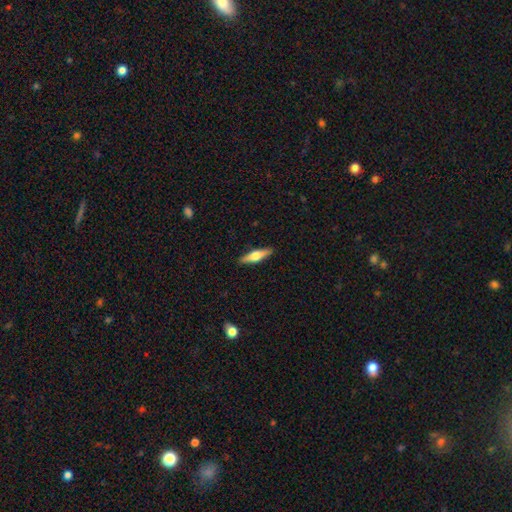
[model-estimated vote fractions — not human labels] This is possibly a featured or disk galaxy (55%). It is clearly viewed edge-on (96%). Edge-on bulge: clearly rounded (92%). Merging: clearly none (91%).